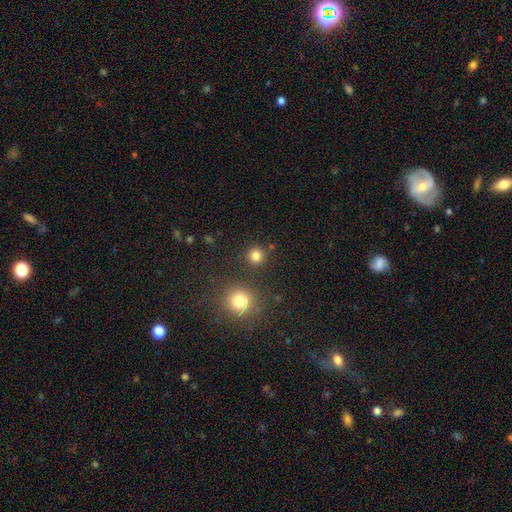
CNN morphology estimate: The model was most divided on "smooth or featured": smooth: 81%, star or artifact: 14%, featured or disk: 4%. More confident: how rounded — round (94%); merging — none (88%).